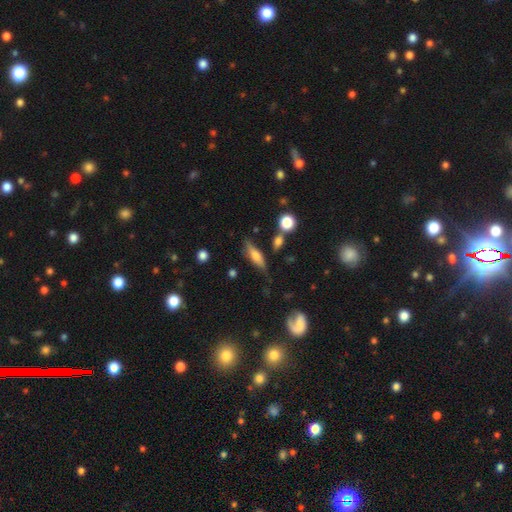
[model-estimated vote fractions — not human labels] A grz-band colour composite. It shows a smooth galaxy with no disk features (52%) that is cigar-shaped (54%). Merging: none (69%).